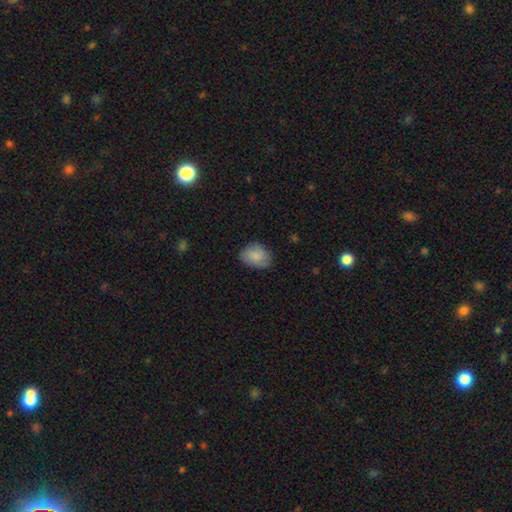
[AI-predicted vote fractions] Q: Smooth or featured?
A: smooth (84%); runner-up: featured or disk (9%)
Q: How rounded?
A: in between (65%); runner-up: round (34%)
Q: Merging?
A: none (75%); runner-up: minor disturbance (20%)